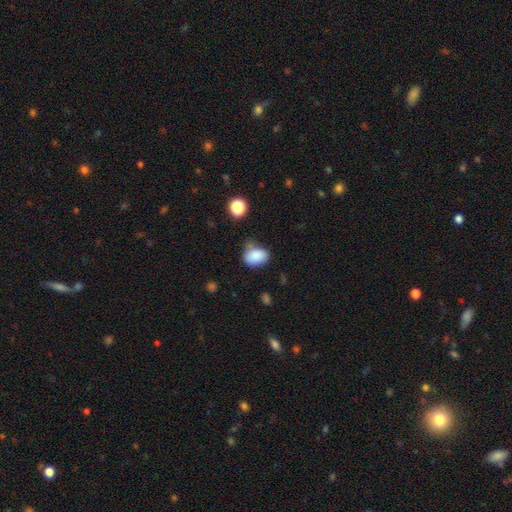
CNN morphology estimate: type=smooth (86%); roundness=in between (77%); merging=none (54%).